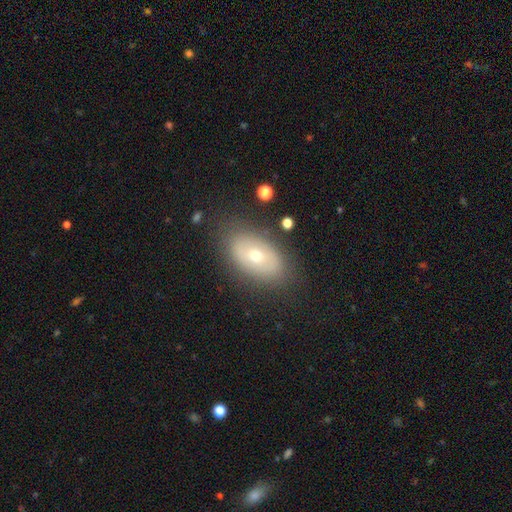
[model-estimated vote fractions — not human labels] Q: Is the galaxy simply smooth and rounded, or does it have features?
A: smooth — 55%.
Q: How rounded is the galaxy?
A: in between — 88%.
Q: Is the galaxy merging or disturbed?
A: none — 81%.